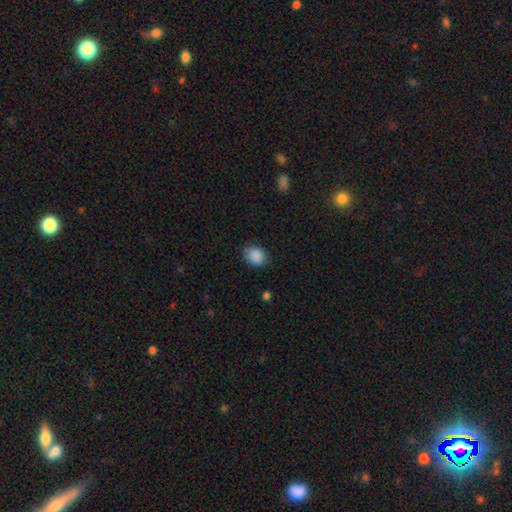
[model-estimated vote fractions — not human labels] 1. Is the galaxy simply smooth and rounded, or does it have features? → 88% smooth, 9% star or artifact, 3% featured or disk.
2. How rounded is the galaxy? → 51% round, 48% in between, 1% cigar-shaped.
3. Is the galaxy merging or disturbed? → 81% none, 15% minor disturbance, 3% major disturbance, 1% merger.